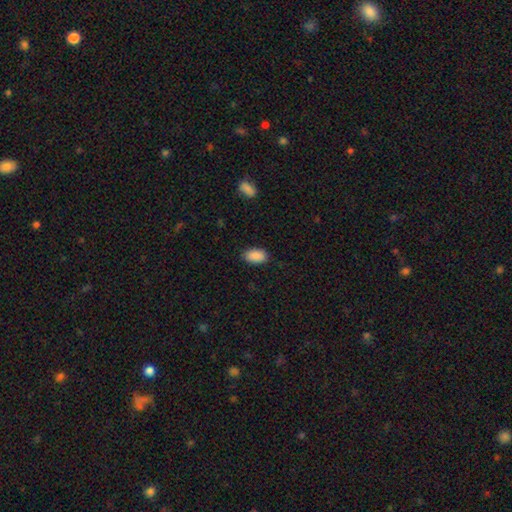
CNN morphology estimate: Smooth or featured? Predicted: smooth (p=0.90). How rounded? Predicted: in between (p=0.93). Merging? Predicted: none (p=0.86).